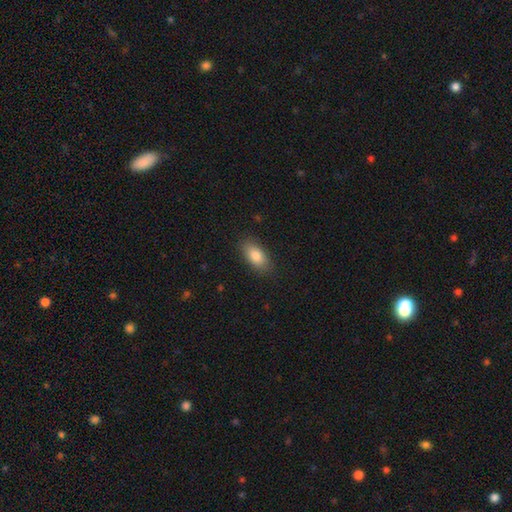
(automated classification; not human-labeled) This appears to be a smooth galaxy with no disk features (84%) that is in between round and cigar-shaped (90%). Merging: none (86%).